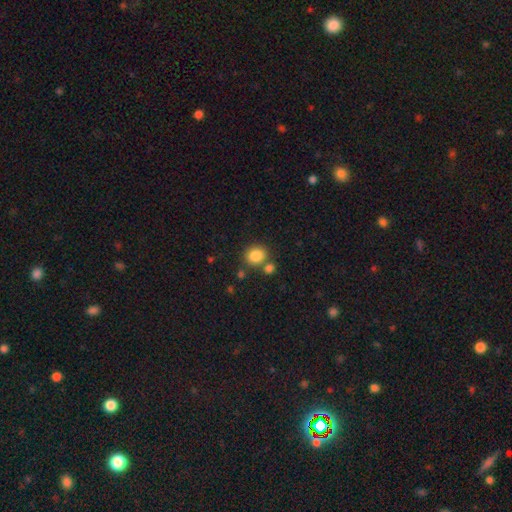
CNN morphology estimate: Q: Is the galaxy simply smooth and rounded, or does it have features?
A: smooth — 85%.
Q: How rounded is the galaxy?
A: round — 70%.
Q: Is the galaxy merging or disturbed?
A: none — 68%.